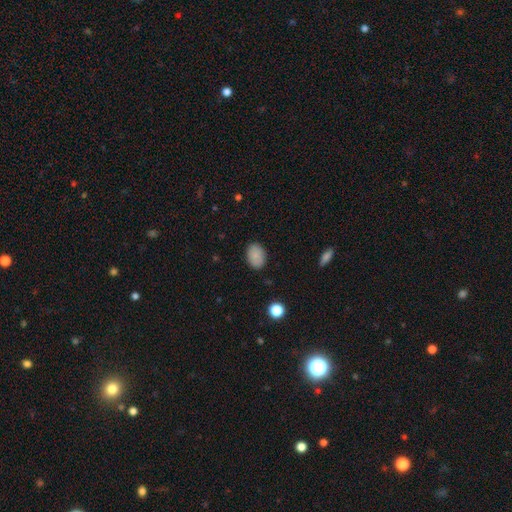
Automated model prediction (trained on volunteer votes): Overall: smooth (85%). How rounded: in between (79%). Merging: none (86%).